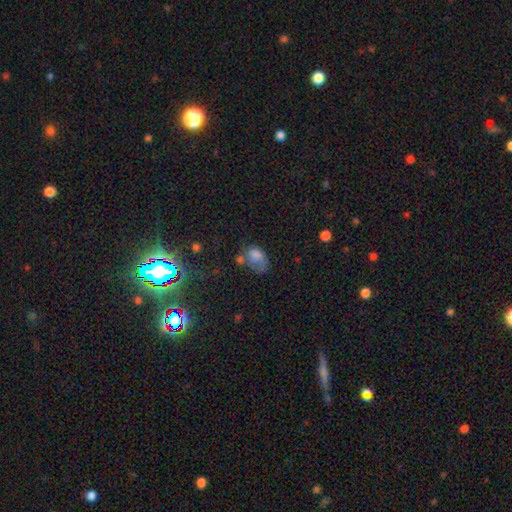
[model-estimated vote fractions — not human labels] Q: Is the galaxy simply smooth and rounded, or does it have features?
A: smooth — 70%.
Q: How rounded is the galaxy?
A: in between — 79%.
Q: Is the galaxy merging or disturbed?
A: none — 27%, tied with major disturbance and minor disturbance.